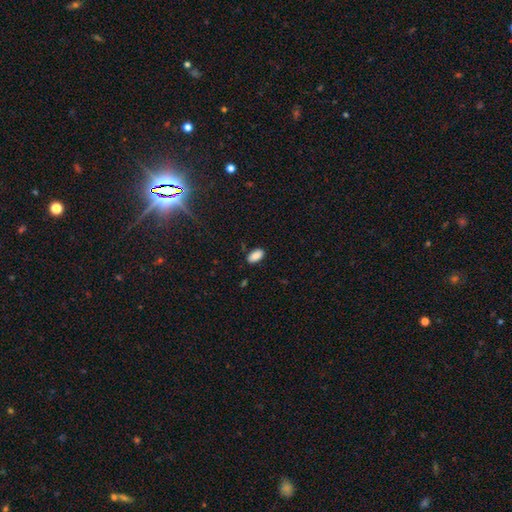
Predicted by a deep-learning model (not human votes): smooth 89%, star or artifact 8%, featured or disk 4%. Down the decision tree: how rounded — in between (94%); merging — none (85%).